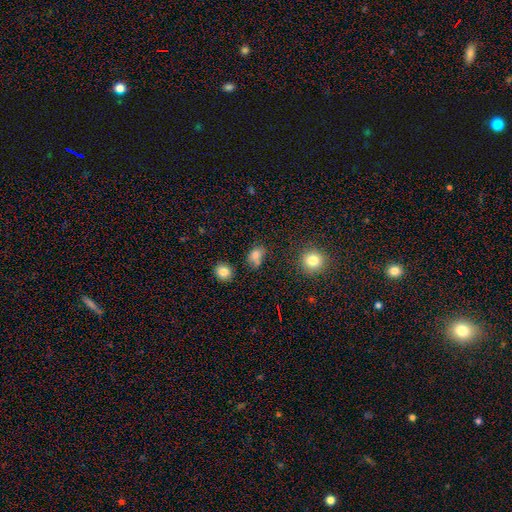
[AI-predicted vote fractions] smooth-or-featured: smooth: 78% | star or artifact: 13% | featured or disk: 9%
  how-rounded: in between: 67% | round: 31% | cigar-shaped: 2%
  merging: none: 59% | minor disturbance: 22% | merger: 11% | major disturbance: 8%